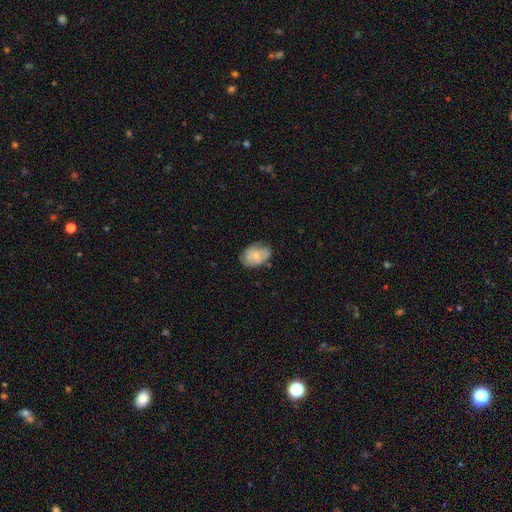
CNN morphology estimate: smooth 61%, featured or disk 32%, star or artifact 7%. Down the decision tree: how rounded — in between (77%); merging — none (64%).